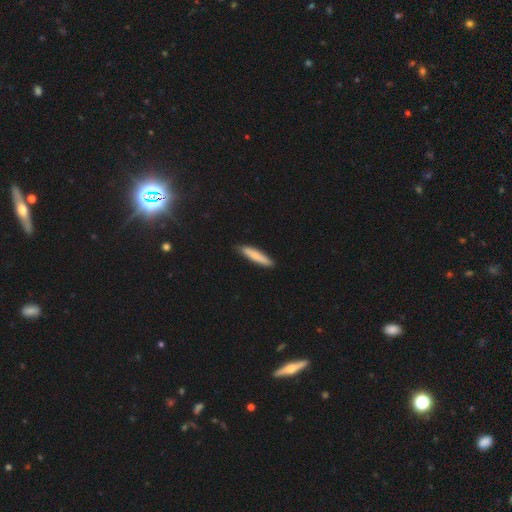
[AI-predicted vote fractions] Smooth or featured? Predicted: smooth (p=0.79). How rounded? Predicted: cigar-shaped (p=0.89). Merging? Predicted: none (p=0.87).